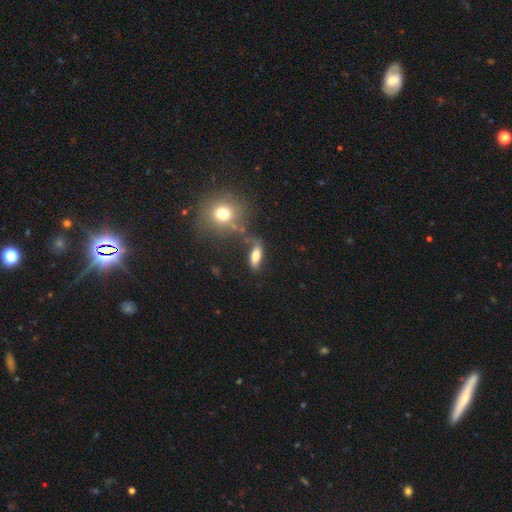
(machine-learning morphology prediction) smooth_or_featured: smooth (p=0.70) [alt: featured or disk p=0.20]
how_rounded: in between (p=0.72) [alt: cigar-shaped p=0.22]
merging: none (p=0.56) [alt: minor disturbance p=0.19]